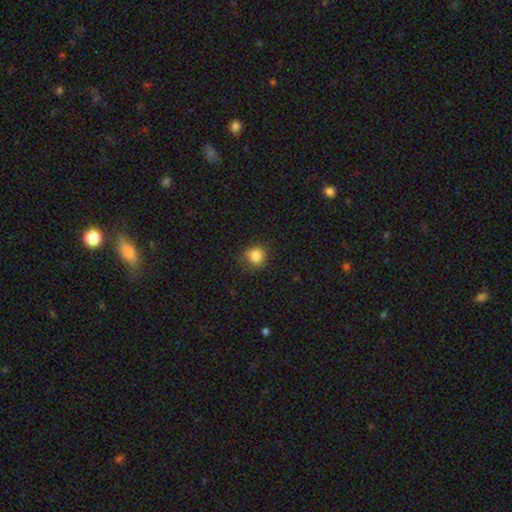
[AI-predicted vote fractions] A smooth galaxy with no disk features (85%) that is round (90%). Merging: none (83%).